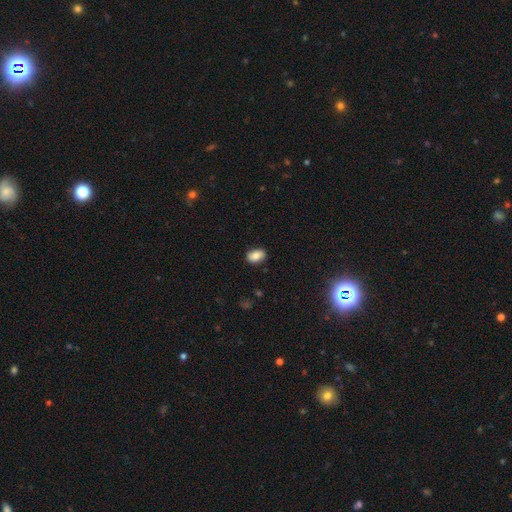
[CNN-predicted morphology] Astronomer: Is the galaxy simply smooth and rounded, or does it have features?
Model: smooth — 80%.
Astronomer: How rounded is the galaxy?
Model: in between — 86%.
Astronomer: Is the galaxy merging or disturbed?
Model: none — 83%.